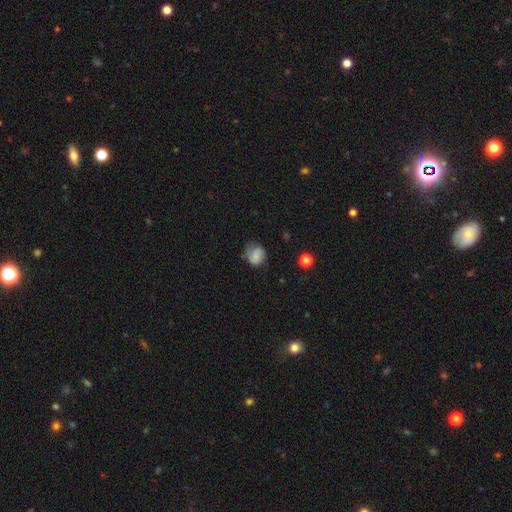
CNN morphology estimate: Smooth or featured? smooth (55%)
How rounded? round (66%)
Merging? none (54%)